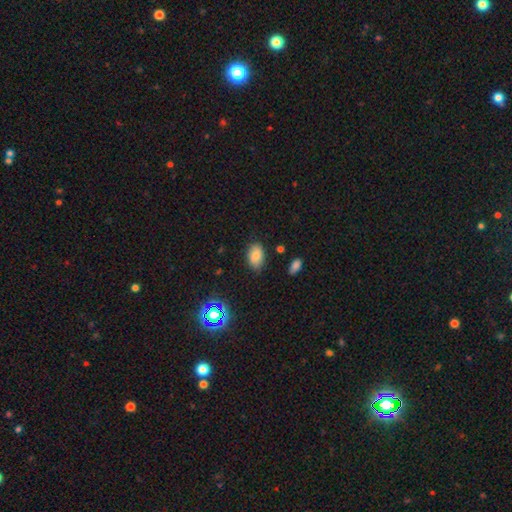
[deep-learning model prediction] smooth 80%, star or artifact 11%, featured or disk 8%. Down the decision tree: how rounded — in between (89%); merging — none (79%).